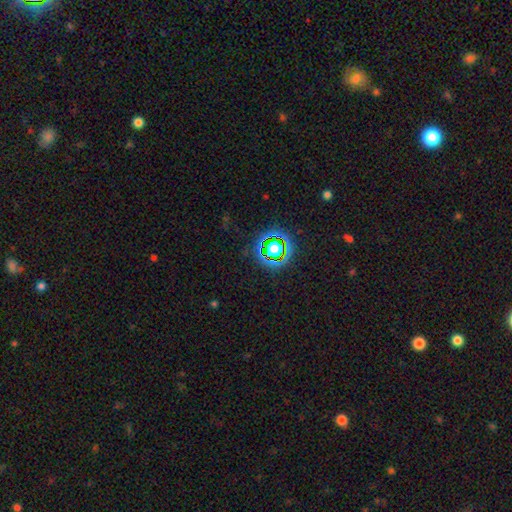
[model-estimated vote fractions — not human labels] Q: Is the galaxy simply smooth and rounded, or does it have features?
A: star or artifact — 65%.